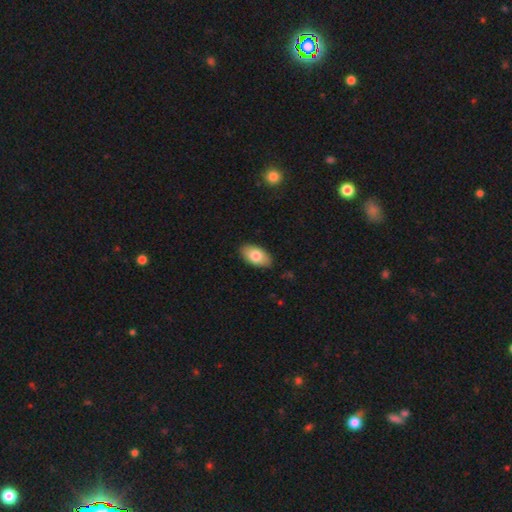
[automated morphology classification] A smooth galaxy with no disk features (78%) that is in between round and cigar-shaped (94%).

Vote fractions:
- Smooth or featured? smooth: 78% / featured or disk: 16% / star or artifact: 6%
- How rounded? in between: 94% / round: 4% / cigar-shaped: 2%
- Merging? none: 87% / minor disturbance: 10% / major disturbance: 2% / merger: 1%